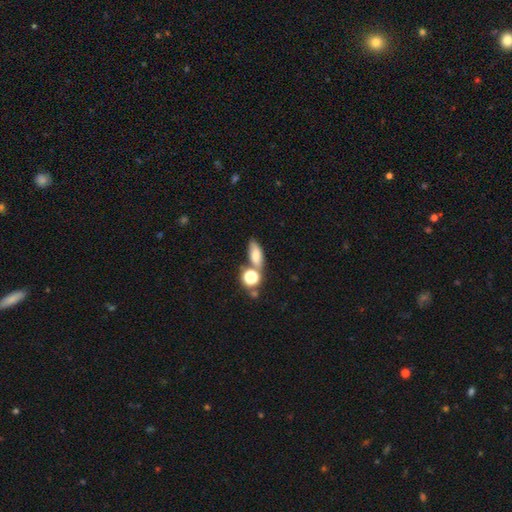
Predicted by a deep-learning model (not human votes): A smooth galaxy with no disk features (70%) that is in between round and cigar-shaped (70%). Merging: none (55%).